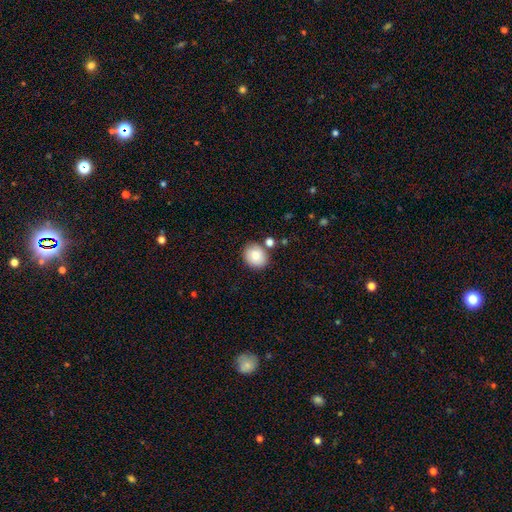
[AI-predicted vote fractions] Q: Smooth or featured?
A: smooth (81%); runner-up: featured or disk (11%)
Q: How rounded?
A: round (68%); runner-up: in between (31%)
Q: Merging?
A: none (76%); runner-up: minor disturbance (12%)